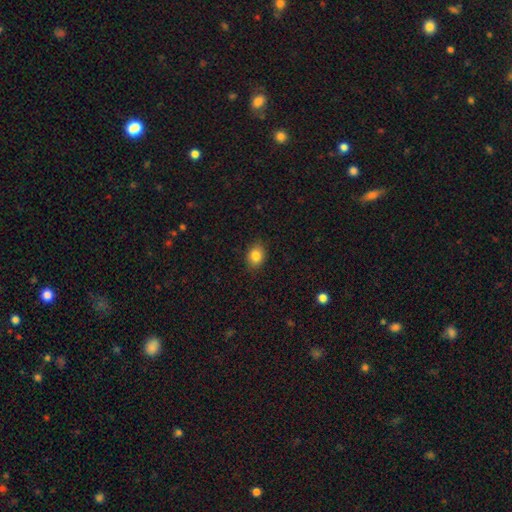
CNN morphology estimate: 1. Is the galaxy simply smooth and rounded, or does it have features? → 84% smooth, 9% star or artifact, 6% featured or disk.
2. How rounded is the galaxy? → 59% in between, 40% round, 1% cigar-shaped.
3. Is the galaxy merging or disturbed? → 87% none, 9% minor disturbance, 2% major disturbance, 1% merger.